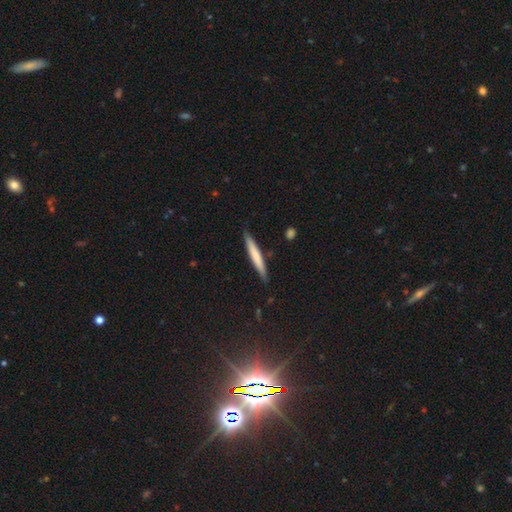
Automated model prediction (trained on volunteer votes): Overall: smooth (65%; featured or disk 30%). How rounded: cigar-shaped (95%). Merging: none (87%).